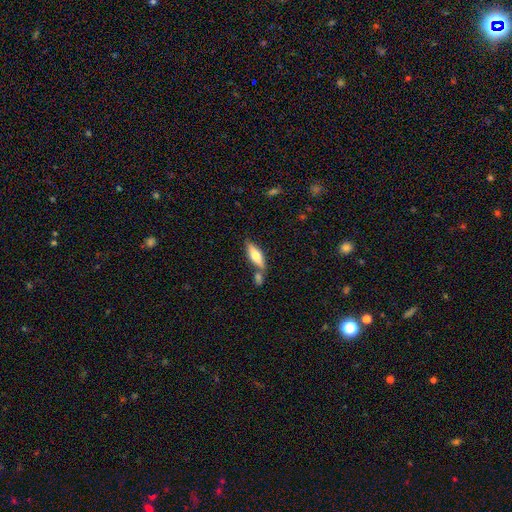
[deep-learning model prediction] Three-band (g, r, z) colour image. It shows a smooth galaxy with no disk features (58%) that is cigar-shaped (54%). Merging: none (61%).